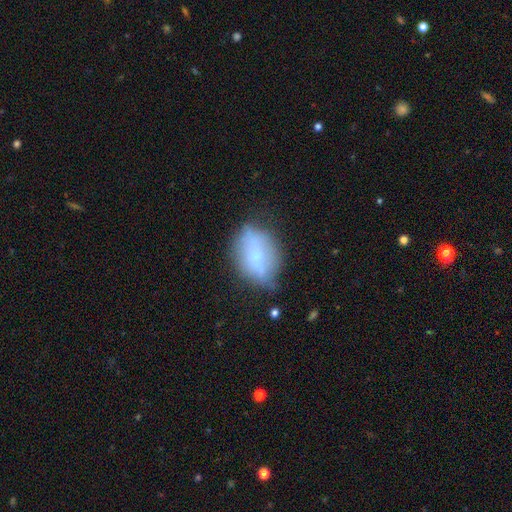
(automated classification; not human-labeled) A featured or disk galaxy (46%).

Vote fractions:
- Smooth or featured? featured or disk: 46% / smooth: 44% / star or artifact: 9%
- Merging? none: 59% / minor disturbance: 28% / major disturbance: 10% / merger: 3%